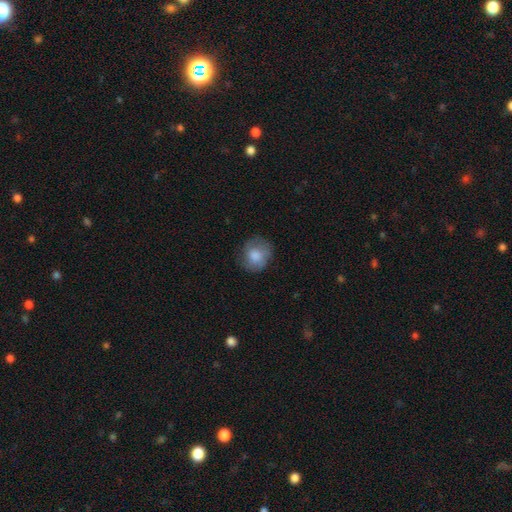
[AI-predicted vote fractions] Smooth or featured? Predicted: smooth (p=0.76). How rounded? Predicted: round (p=0.81). Merging? Predicted: none (p=0.71).